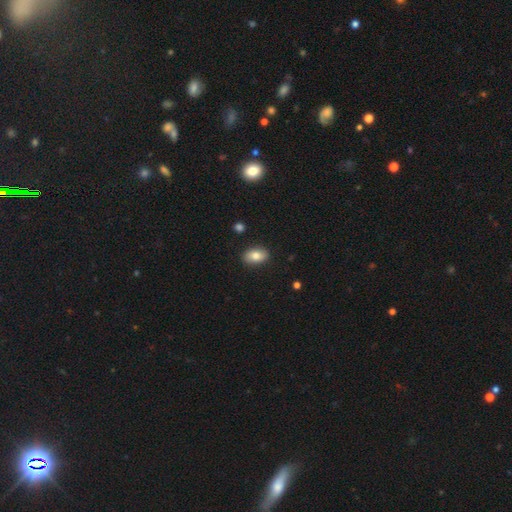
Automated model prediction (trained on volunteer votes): Smooth or featured? smooth (80%)
How rounded? in between (88%)
Merging? none (87%)